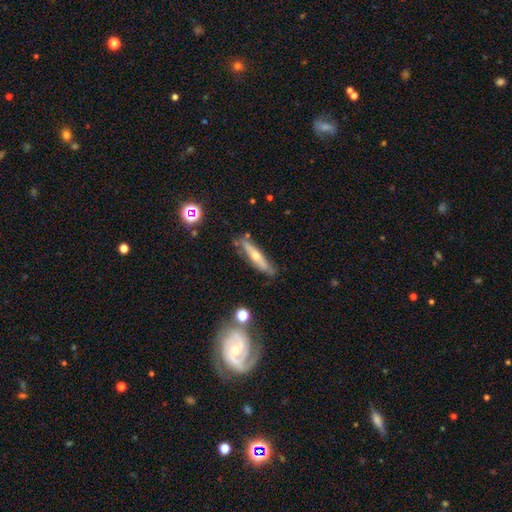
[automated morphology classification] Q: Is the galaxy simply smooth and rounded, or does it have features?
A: featured or disk — 51%.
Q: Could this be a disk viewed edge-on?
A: yes — 84%.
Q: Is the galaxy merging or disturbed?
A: none — 78%.